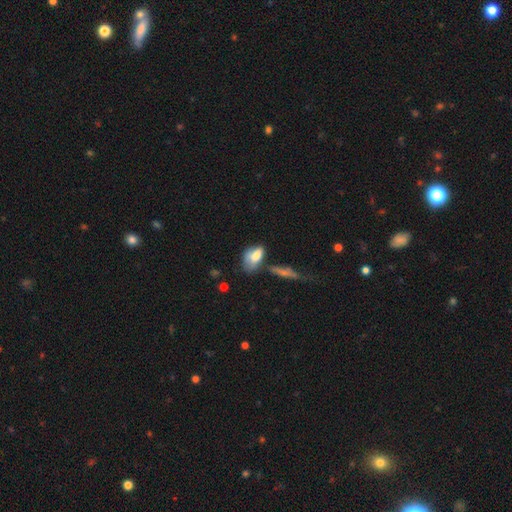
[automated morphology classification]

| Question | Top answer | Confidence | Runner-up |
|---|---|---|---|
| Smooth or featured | smooth | 70% | featured or disk (21%) |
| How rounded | in between | 87% | round (7%) |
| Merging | none | 30% | minor disturbance (27%) |